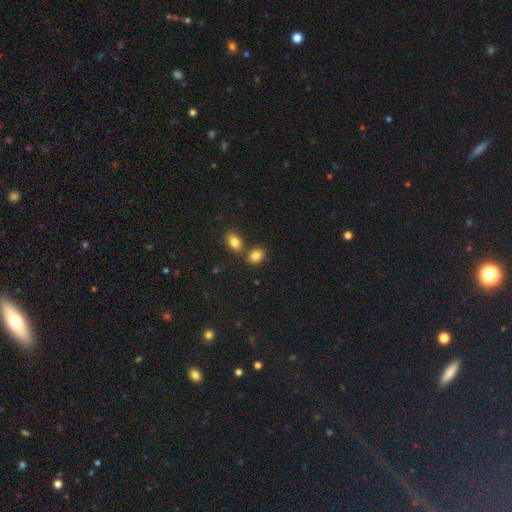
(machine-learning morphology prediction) A smooth galaxy with no disk features (83%) that is in between round and cigar-shaped (60%). Merging: none (63%).